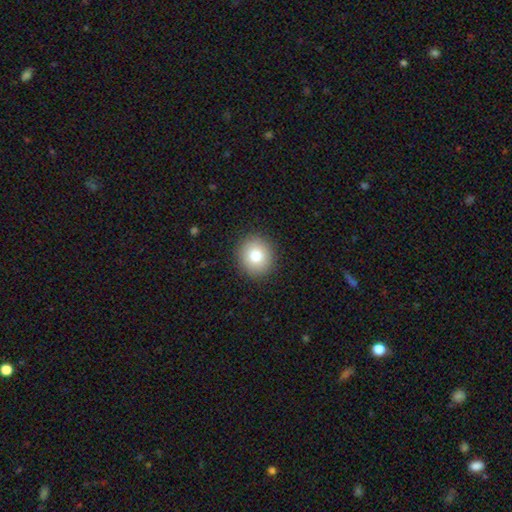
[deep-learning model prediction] This is likely a smooth galaxy (79%). How rounded: clearly round (88%). Merging: clearly none (91%).